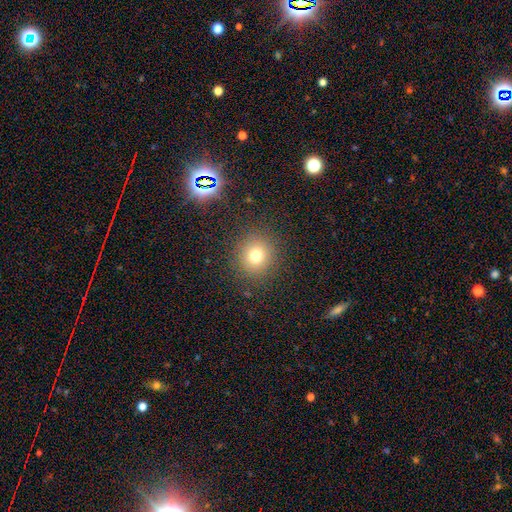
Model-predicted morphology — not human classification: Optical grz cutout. It shows a smooth galaxy with no disk features (75%) that is round (87%). Merging: none (88%).